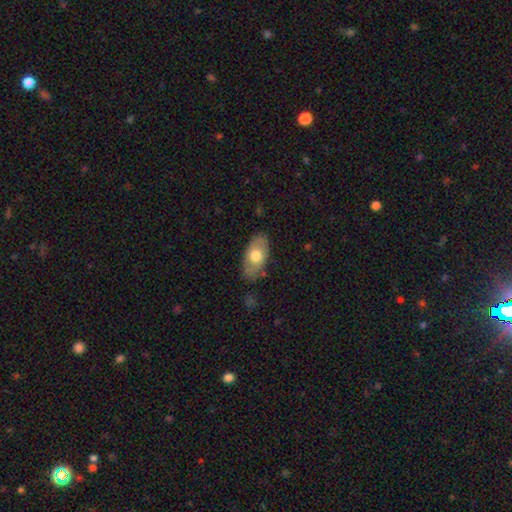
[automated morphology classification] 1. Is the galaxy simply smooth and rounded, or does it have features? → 65% smooth, 29% featured or disk, 6% star or artifact.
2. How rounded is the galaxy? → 91% in between, 5% round, 4% cigar-shaped.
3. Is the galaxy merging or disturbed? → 78% none, 16% minor disturbance, 4% major disturbance, 2% merger.